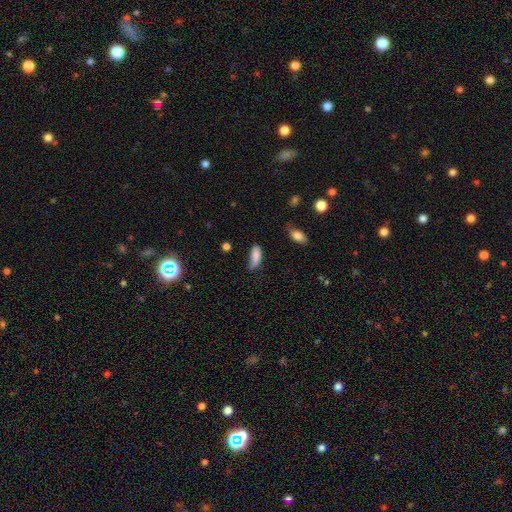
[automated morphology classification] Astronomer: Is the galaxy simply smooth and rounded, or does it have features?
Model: smooth — 80%.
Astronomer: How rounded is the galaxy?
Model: in between — 69%.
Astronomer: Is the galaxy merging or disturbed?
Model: minor disturbance — 40% (runner-up: none, 37%).